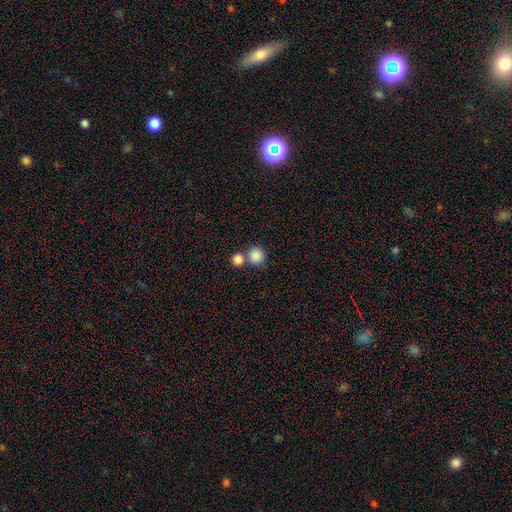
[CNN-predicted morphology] Smooth or featured?
  - smooth: 86% *
  - star or artifact: 9%
  - featured or disk: 5%
How rounded?
  - round: 90% *
  - in between: 9%
  - cigar-shaped: 1%
Merging?
  - none: 56% *
  - merger: 33%
  - minor disturbance: 7%
  - major disturbance: 3%